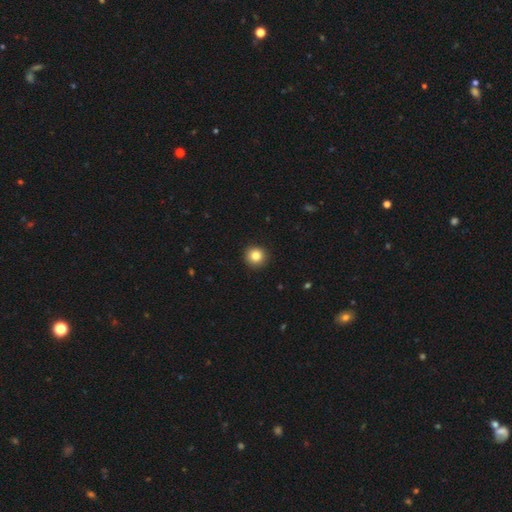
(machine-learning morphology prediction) type=smooth (83%); roundness=round (94%); merging=none (93%).